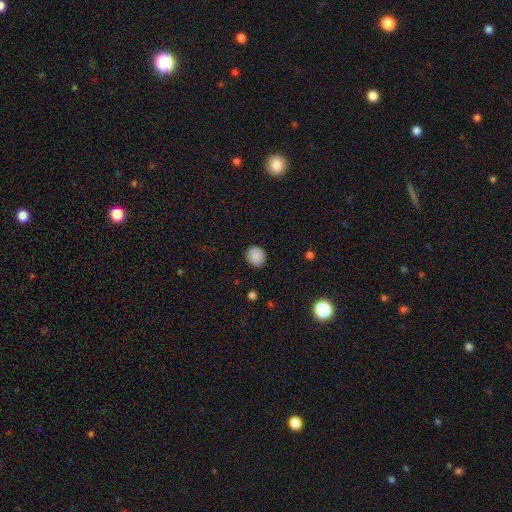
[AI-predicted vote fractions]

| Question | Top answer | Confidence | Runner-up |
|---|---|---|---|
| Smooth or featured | smooth | 88% | star or artifact (9%) |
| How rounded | round | 82% | in between (17%) |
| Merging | none | 87% | minor disturbance (9%) |